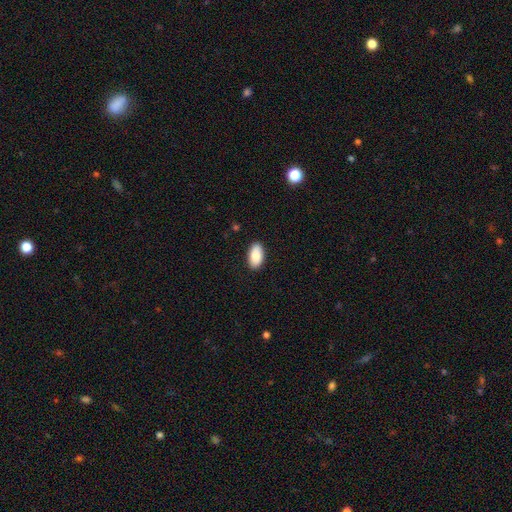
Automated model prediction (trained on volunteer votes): Smooth or featured? Predicted: smooth (p=0.86). How rounded? Predicted: in between (p=0.94). Merging? Predicted: none (p=0.89).